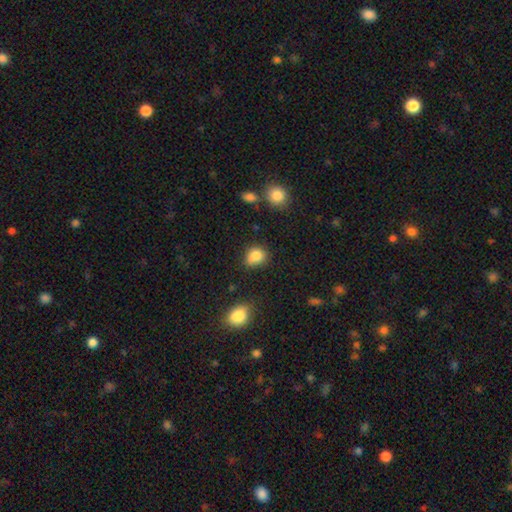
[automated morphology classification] The model was most divided on "how rounded": round: 56%, in between: 43%, cigar-shaped: 1%. More confident: smooth or featured — smooth (83%); merging — none (60%).